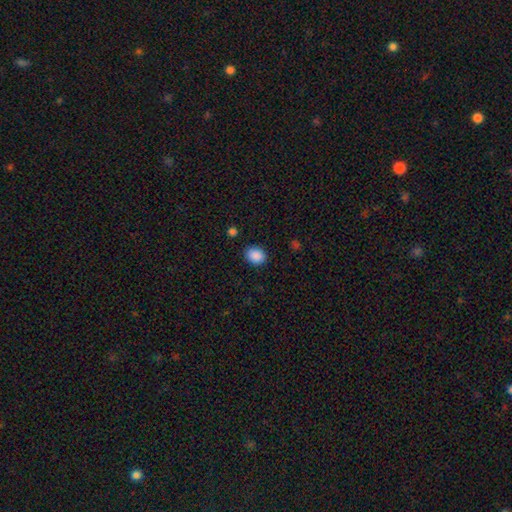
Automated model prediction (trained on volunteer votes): A smooth galaxy with no disk features (89%) that is in between round and cigar-shaped (55%).

Vote fractions:
- Smooth or featured? smooth: 89% / star or artifact: 8% / featured or disk: 3%
- How rounded? in between: 55% / round: 44% / cigar-shaped: 1%
- Merging? none: 87% / minor disturbance: 9% / major disturbance: 3% / merger: 1%